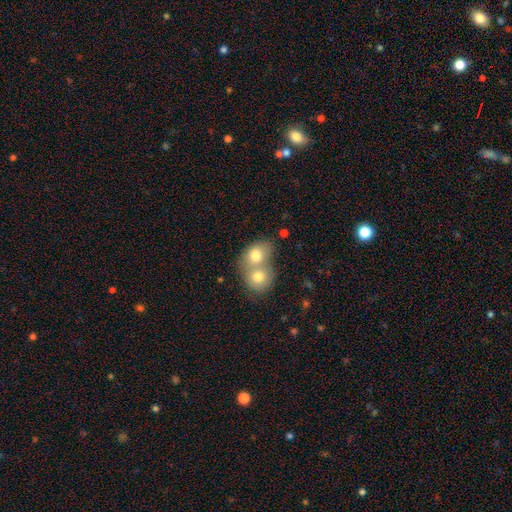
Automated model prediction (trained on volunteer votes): Smooth or featured: smooth — 74% (featured or disk — 18%)
How rounded: round — 57% (in between — 42%)
Merging: merger — 71% (none — 21%)